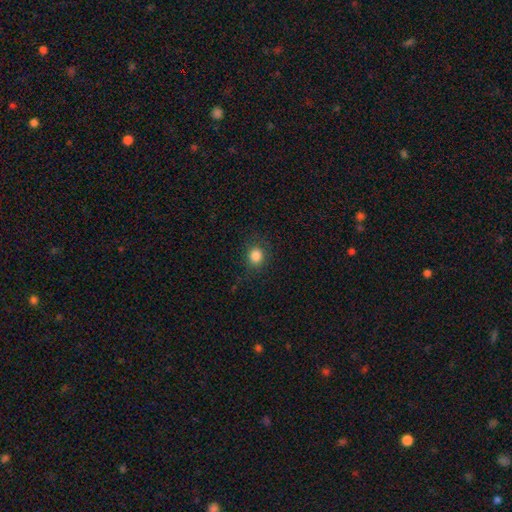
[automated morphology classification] This appears to be a smooth galaxy with no disk features (85%) that is round (76%). Merging: none (86%).